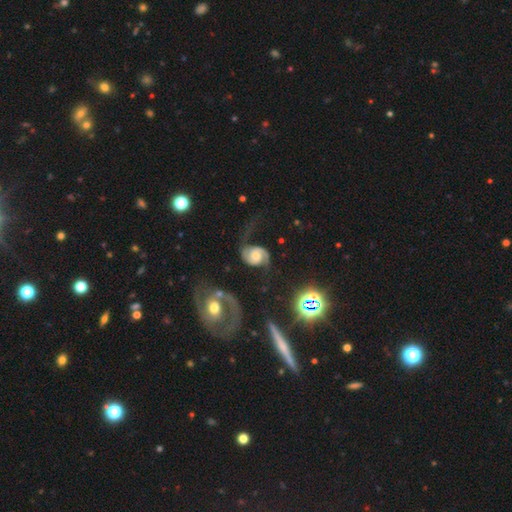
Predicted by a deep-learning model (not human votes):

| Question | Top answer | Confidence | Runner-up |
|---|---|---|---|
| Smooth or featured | featured or disk | 83% | smooth (10%) |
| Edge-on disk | no | 98% | yes (2%) |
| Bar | no | 66% | weak (26%) |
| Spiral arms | yes | 96% | no (4%) |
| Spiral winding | medium | 43% | loose (40%) |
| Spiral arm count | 2 | 91% | 1 (4%) |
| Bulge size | moderate | 46% | small (26%) |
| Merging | none | 56% | minor disturbance (20%) |